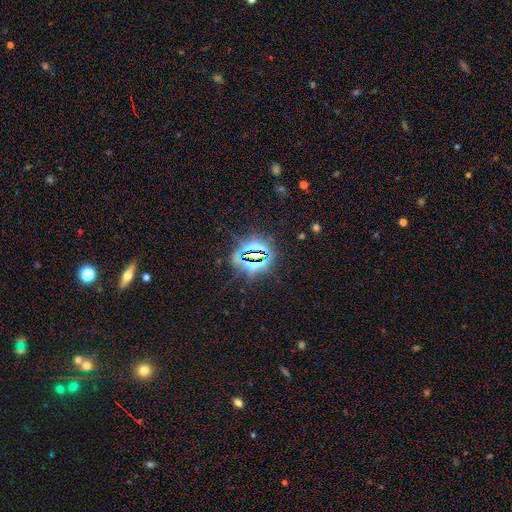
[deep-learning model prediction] smooth-or-featured: star or artifact: 81% | smooth: 10% | featured or disk: 9%